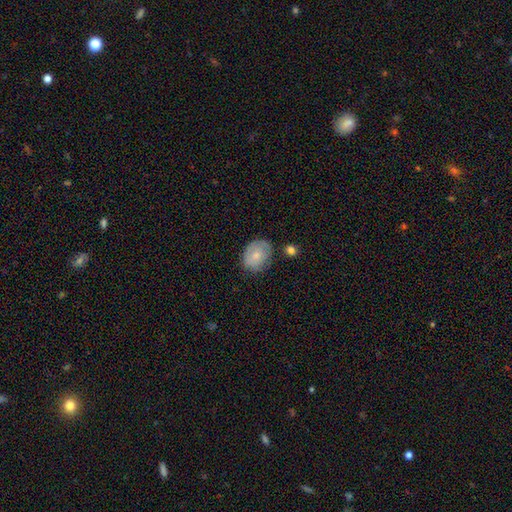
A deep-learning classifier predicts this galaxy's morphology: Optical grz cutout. It shows a smooth galaxy with no disk features (69%) that is in between round and cigar-shaped (60%). Merging: none (66%).